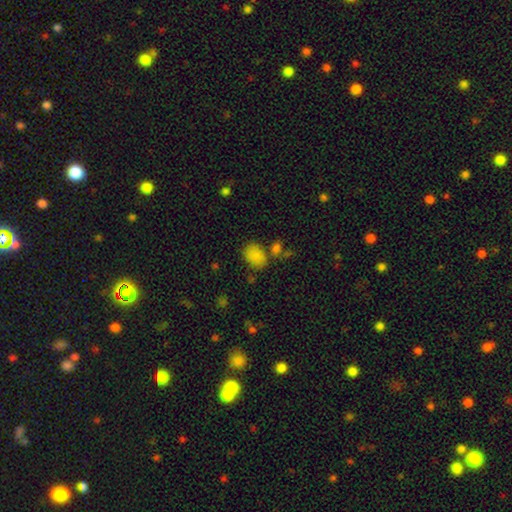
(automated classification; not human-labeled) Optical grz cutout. It shows a smooth galaxy with no disk features (84%) that is in between round and cigar-shaped (73%). Merging: none (64%).